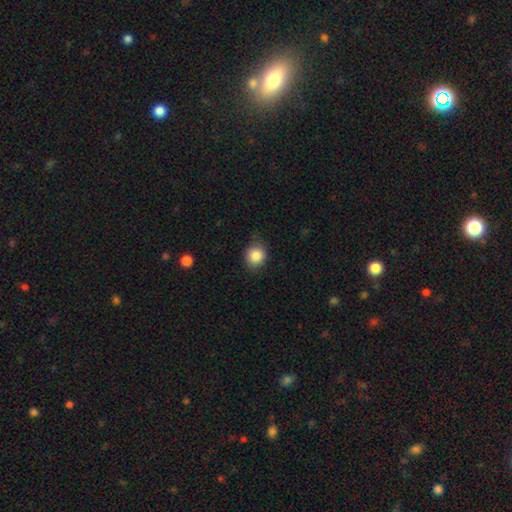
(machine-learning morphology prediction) Overall: smooth (86%). How rounded: round (75%). Merging: none (75%).